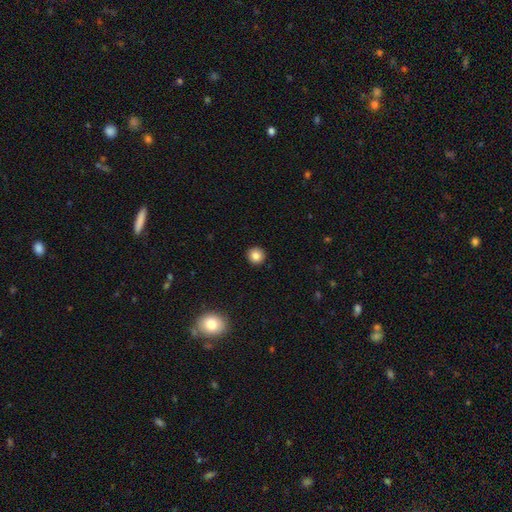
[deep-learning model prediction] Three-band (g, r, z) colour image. It shows a smooth galaxy with no disk features (84%) that is round (95%). Merging: none (93%).